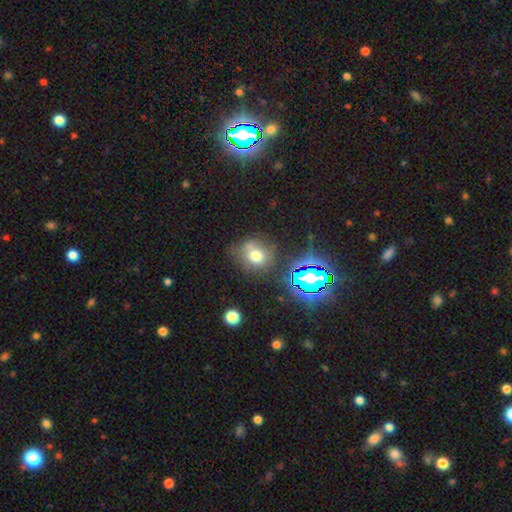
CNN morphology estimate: smooth_or_featured: smooth (p=0.65) [alt: star or artifact p=0.22]
how_rounded: round (p=0.76) [alt: in between p=0.23]
merging: none (p=0.59) [alt: minor disturbance p=0.20]